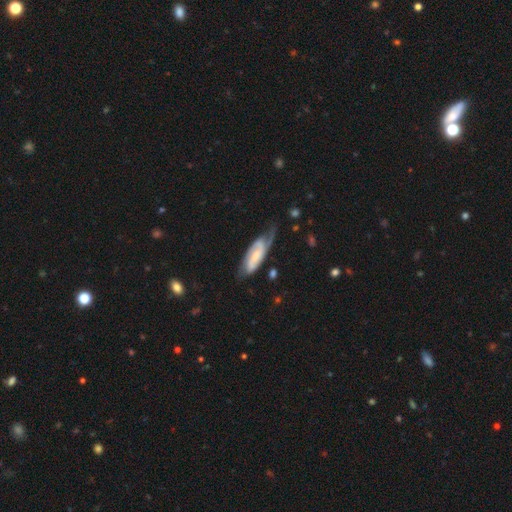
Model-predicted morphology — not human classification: Overall: featured or disk (73%). Edge-on disk: no (90%). Bar: no (42%; weak 38%). Spiral arms: yes (94%). Spiral arm count: 2 (75%). Spiral winding: medium (43%; tight 38%). Bulge size: small (51%; moderate 26%). Merging: none (51%; minor disturbance 29%).